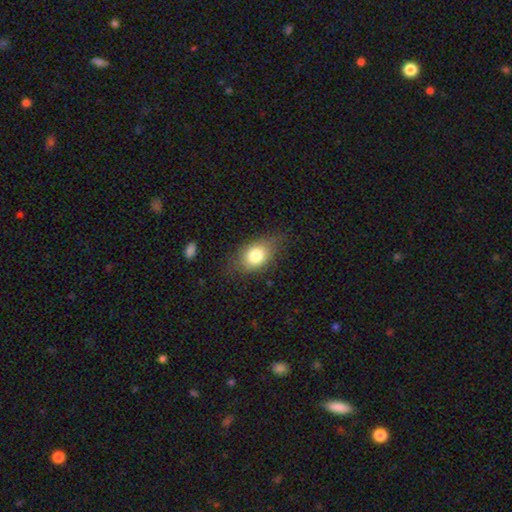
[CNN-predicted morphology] Smooth or featured? Predicted: smooth (p=0.78). How rounded? Predicted: in between (p=0.76). Merging? Predicted: none (p=0.71).